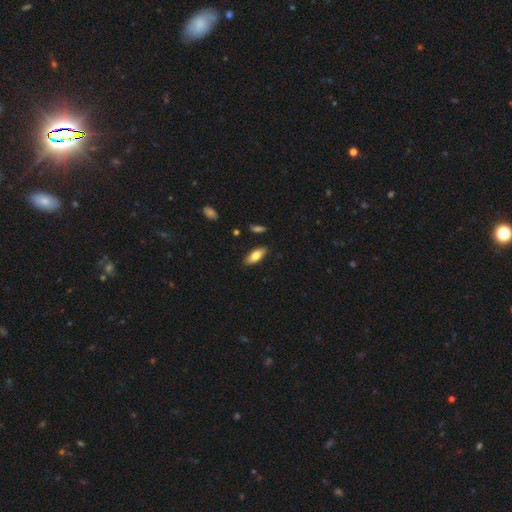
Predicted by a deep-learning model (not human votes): Smooth or featured? smooth (77%)
How rounded? in between (77%)
Merging? none (87%)